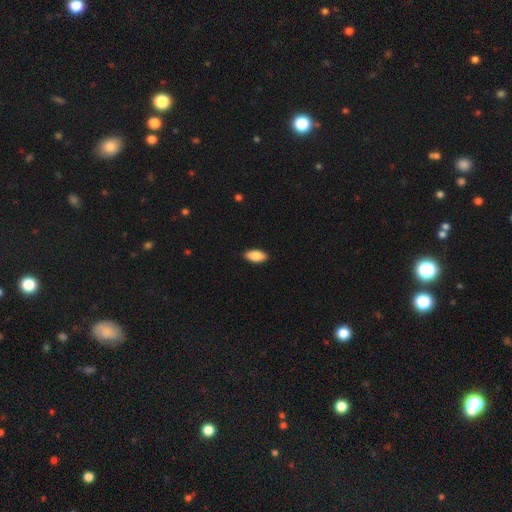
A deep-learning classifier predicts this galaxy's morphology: This is clearly a smooth galaxy (88%). How rounded: clearly in between (92%). Merging: clearly none (90%).